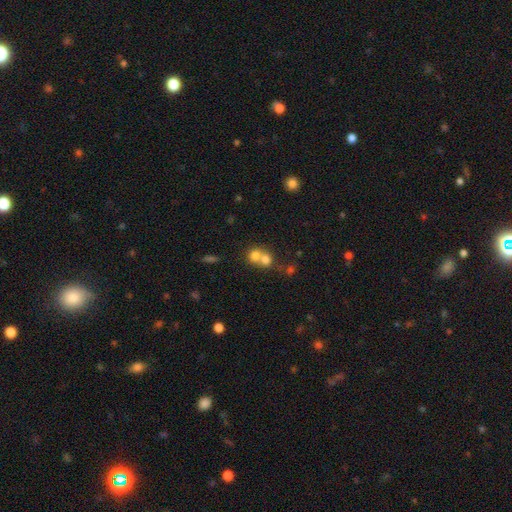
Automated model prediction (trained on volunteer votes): This is likely a smooth galaxy (72%). How rounded: likely round (76%). Merging: likely merger (64%).